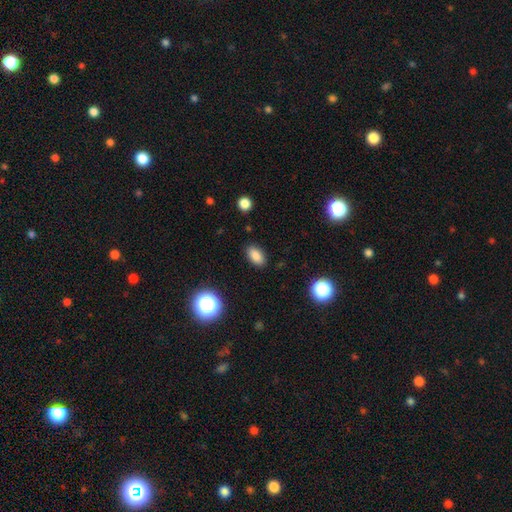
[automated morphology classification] This is clearly a smooth galaxy (84%). How rounded: clearly in between (90%). Merging: clearly none (88%).